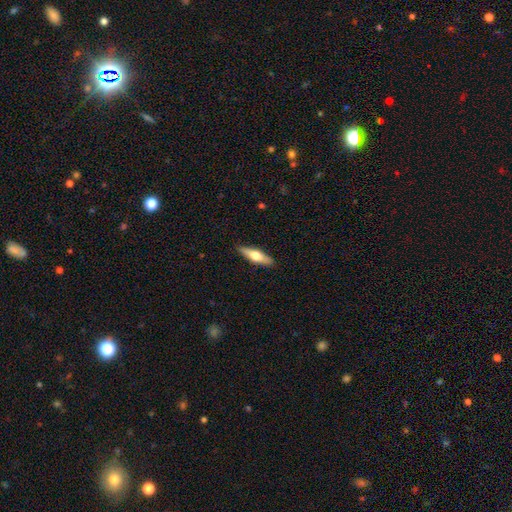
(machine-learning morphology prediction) A smooth galaxy with no disk features (50%). Merging: none (89%).